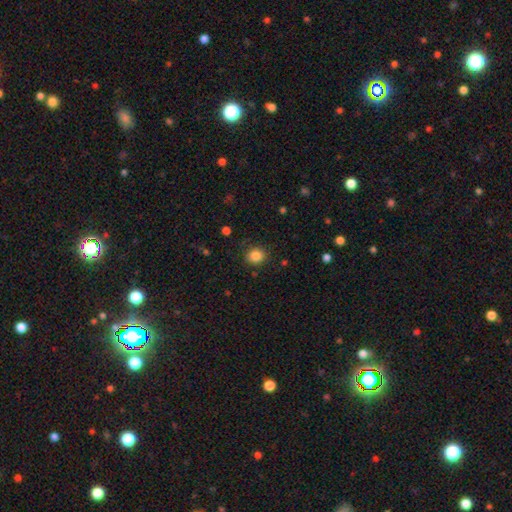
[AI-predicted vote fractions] Morphology: type=smooth (85%); roundness=round (79%); merging=none (87%).